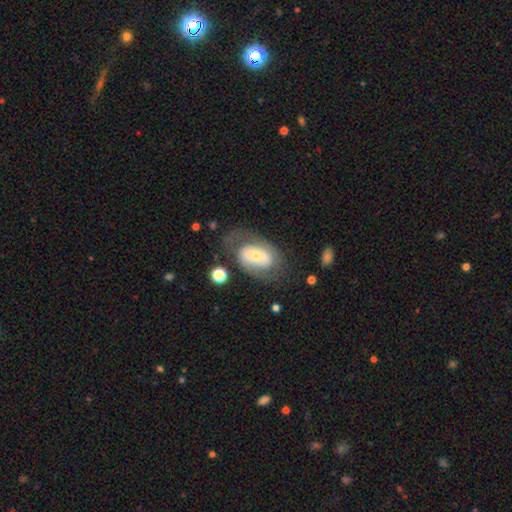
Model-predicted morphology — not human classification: Q: Smooth or featured?
A: featured or disk (54%); runner-up: smooth (39%)
Q: Edge-on disk?
A: no (92%); runner-up: yes (8%)
Q: Merging?
A: none (53%); runner-up: major disturbance (22%)